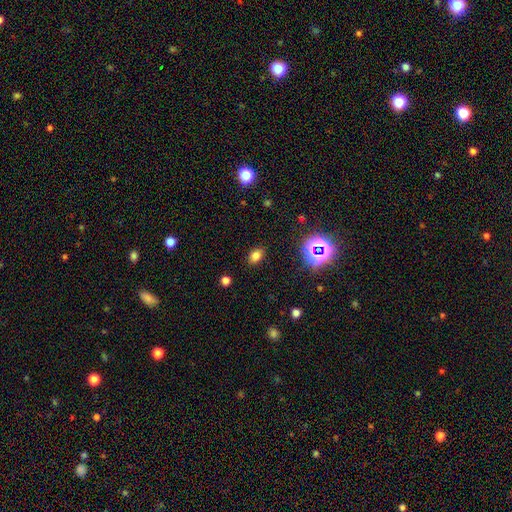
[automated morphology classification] Smooth or featured? Predicted: smooth (p=0.75). How rounded? Predicted: in between (p=0.79). Merging? Predicted: none (p=0.87).